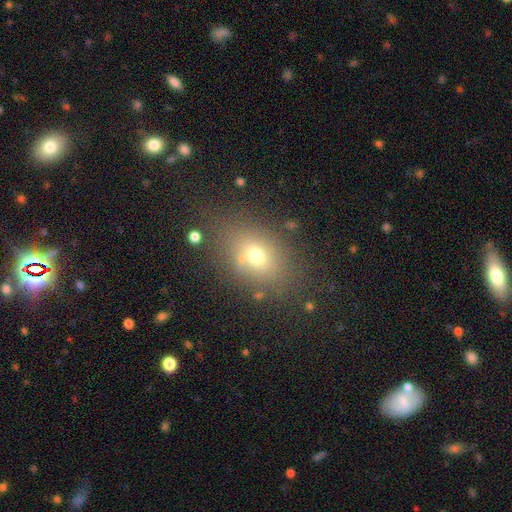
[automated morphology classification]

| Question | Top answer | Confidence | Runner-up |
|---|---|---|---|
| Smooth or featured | smooth | 66% | star or artifact (17%) |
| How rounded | in between | 68% | round (30%) |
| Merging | none | 72% | minor disturbance (14%) |